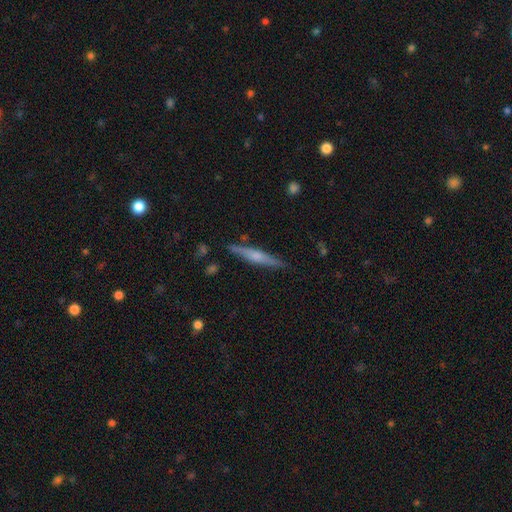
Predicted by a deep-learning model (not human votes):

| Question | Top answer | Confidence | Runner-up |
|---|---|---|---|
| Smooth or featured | featured or disk | 59% | smooth (35%) |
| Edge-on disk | yes | 97% | no (3%) |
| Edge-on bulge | rounded | 72% | none (15%) |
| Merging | none | 87% | minor disturbance (9%) |